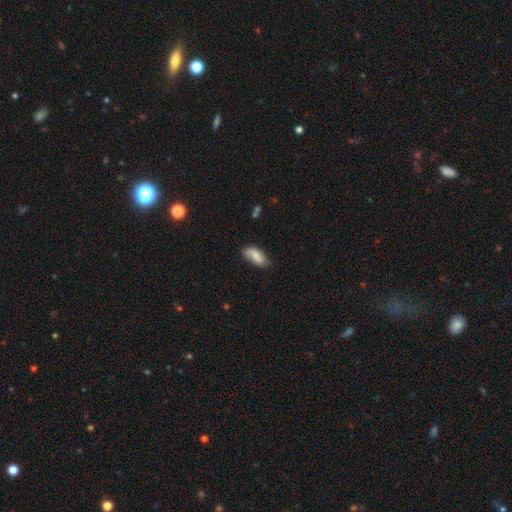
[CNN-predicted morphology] Smooth or featured: smooth — 69% (featured or disk — 24%)
How rounded: in between — 89% (cigar-shaped — 8%)
Merging: none — 68% (minor disturbance — 25%)